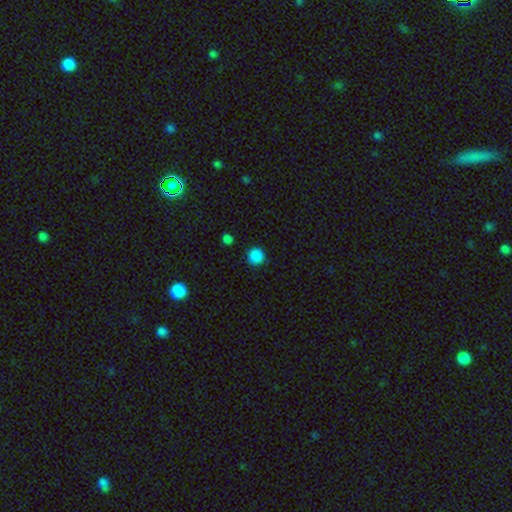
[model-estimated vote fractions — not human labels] Smooth or featured?
  - smooth: 87% *
  - star or artifact: 11%
  - featured or disk: 3%
How rounded?
  - round: 94% *
  - in between: 6%
  - cigar-shaped: 1%
Merging?
  - none: 90% *
  - minor disturbance: 6%
  - major disturbance: 2%
  - merger: 2%